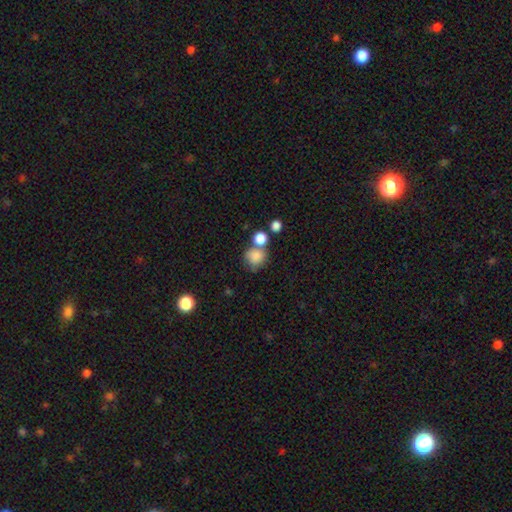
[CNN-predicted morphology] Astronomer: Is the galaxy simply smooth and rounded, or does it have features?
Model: smooth — 82%.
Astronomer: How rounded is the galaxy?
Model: round — 81%.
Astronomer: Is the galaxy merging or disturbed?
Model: none — 46% (runner-up: merger, 34%).